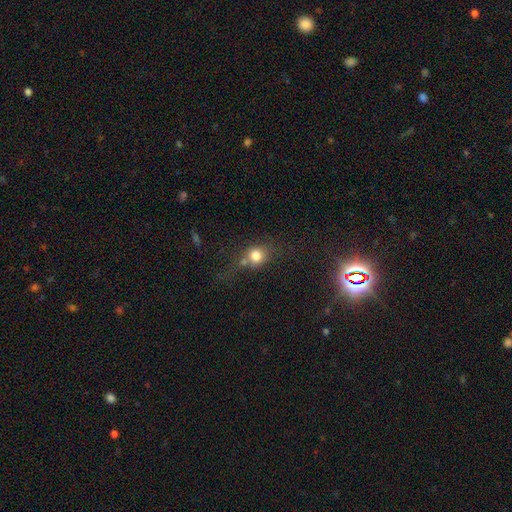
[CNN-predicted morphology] The model was most divided on "merging": none: 46%, merger: 23%, minor disturbance: 19%, major disturbance: 12%. More confident: smooth or featured — smooth (75%); how rounded — round (70%).